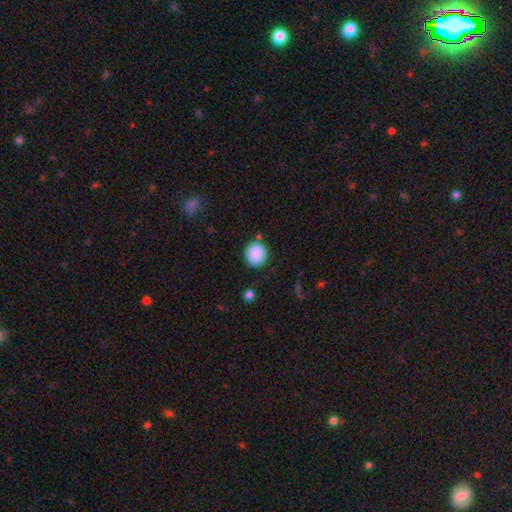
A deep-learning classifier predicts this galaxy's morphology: Smooth or featured? Predicted: smooth (p=0.89). How rounded? Predicted: round (p=0.88). Merging? Predicted: none (p=0.84).